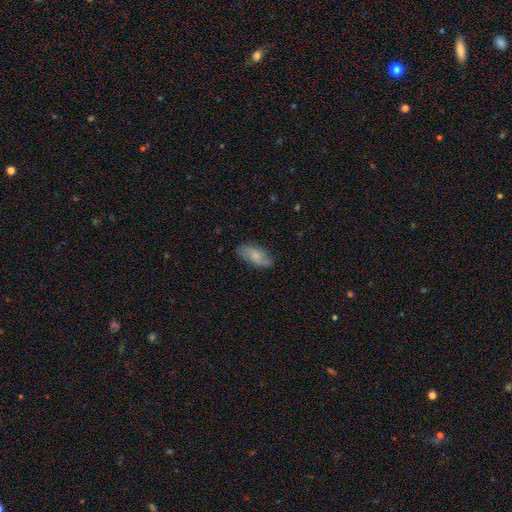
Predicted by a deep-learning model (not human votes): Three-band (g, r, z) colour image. It shows a smooth galaxy with no disk features (56%) that is in between round and cigar-shaped (89%). Merging: none (76%).